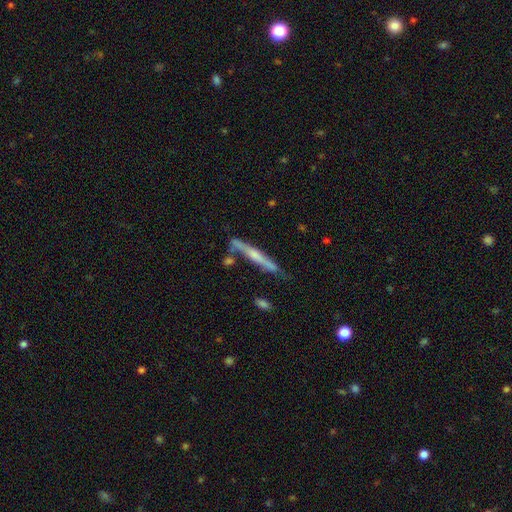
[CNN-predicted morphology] The model was most divided on "smooth or featured": featured or disk: 61%, smooth: 32%, star or artifact: 6%. More confident: edge-on disk — yes (94%); merging — none (72%); edge-on bulge — rounded (61%).